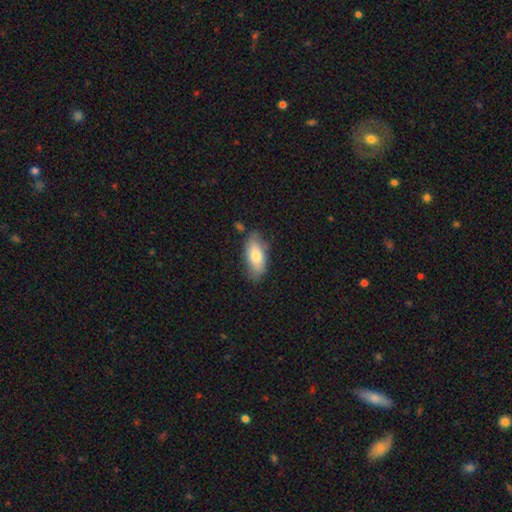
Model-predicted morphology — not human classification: Smooth or featured? Predicted: smooth (p=0.75). How rounded? Predicted: in between (p=0.84). Merging? Predicted: none (p=0.76).